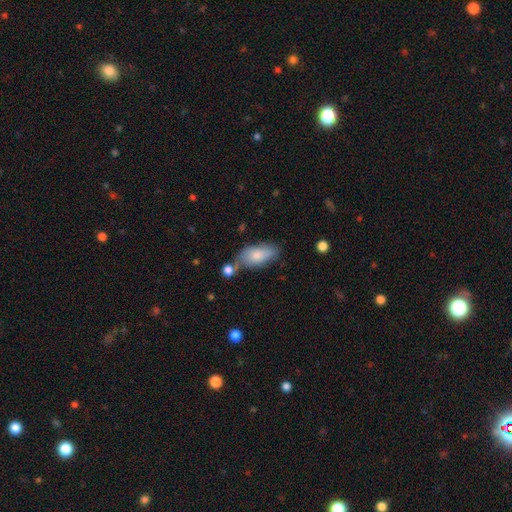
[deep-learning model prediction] The model was most divided on "merging": none: 60%, minor disturbance: 23%, merger: 11%, major disturbance: 6%. More confident: how rounded — in between (86%); smooth or featured — smooth (76%).